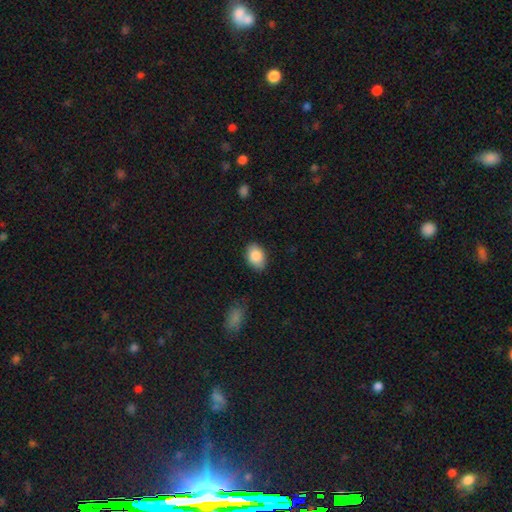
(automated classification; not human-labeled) smooth_or_featured: smooth (p=0.88) [alt: star or artifact p=0.07]
how_rounded: in between (p=0.85) [alt: round p=0.14]
merging: none (p=0.83) [alt: minor disturbance p=0.13]